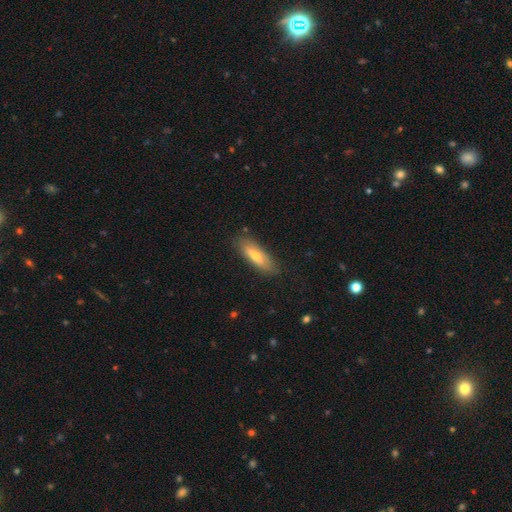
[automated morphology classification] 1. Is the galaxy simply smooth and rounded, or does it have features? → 59% smooth, 33% featured or disk, 7% star or artifact.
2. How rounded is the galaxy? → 53% cigar-shaped, 45% in between, 2% round.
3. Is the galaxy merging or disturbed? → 84% none, 12% minor disturbance, 3% major disturbance, 1% merger.